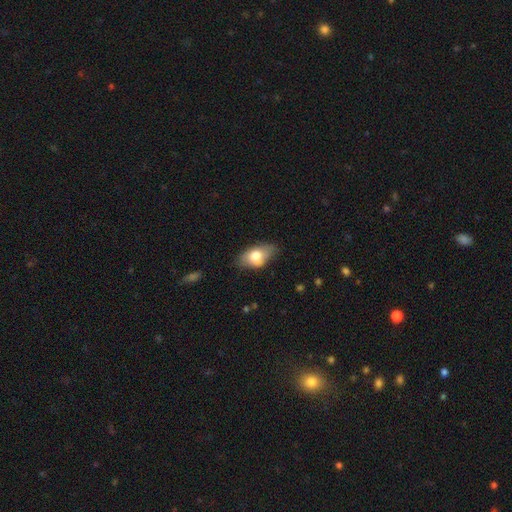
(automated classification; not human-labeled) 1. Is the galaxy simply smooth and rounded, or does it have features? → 70% smooth, 22% featured or disk, 7% star or artifact.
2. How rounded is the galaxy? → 89% in between, 8% round, 3% cigar-shaped.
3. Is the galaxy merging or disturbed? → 57% none, 32% minor disturbance, 8% major disturbance, 2% merger.